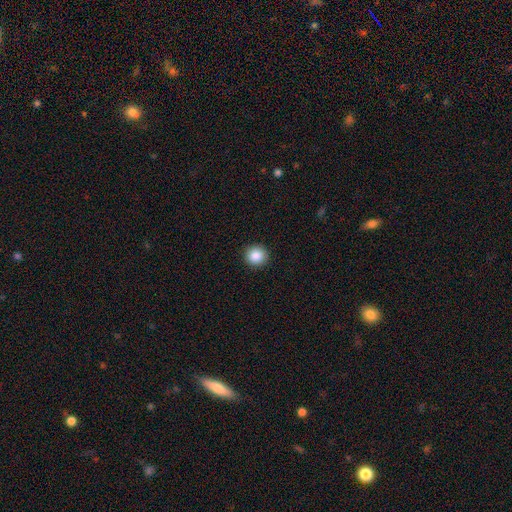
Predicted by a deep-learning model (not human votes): Overall: smooth (87%). How rounded: round (94%). Merging: none (93%).